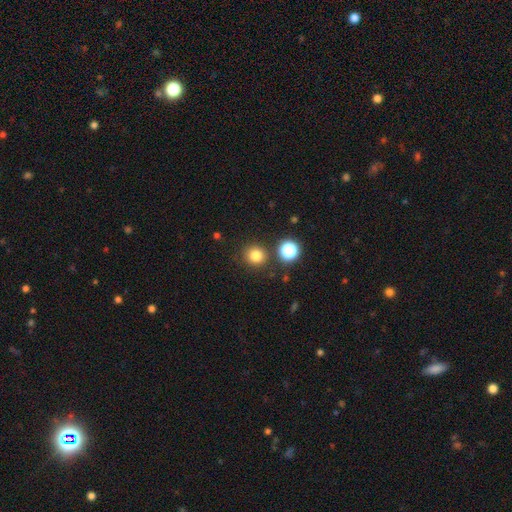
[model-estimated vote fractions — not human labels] smooth_or_featured: smooth (p=0.79) [alt: star or artifact p=0.15]
how_rounded: round (p=0.91) [alt: in between p=0.08]
merging: none (p=0.85) [alt: minor disturbance p=0.07]